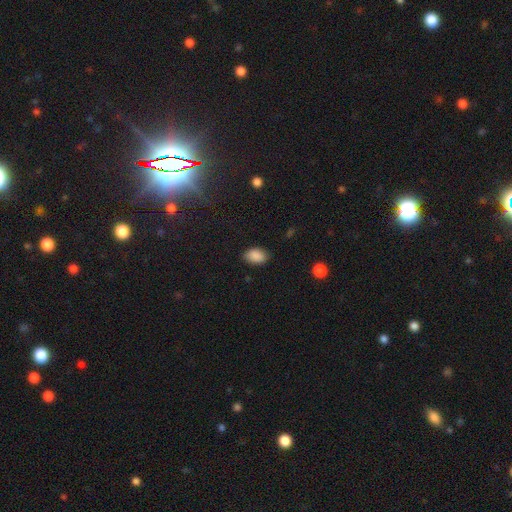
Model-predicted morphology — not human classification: Smooth or featured?
  - smooth: 89% *
  - star or artifact: 8%
  - featured or disk: 3%
How rounded?
  - in between: 89% *
  - round: 10%
  - cigar-shaped: 1%
Merging?
  - none: 85% *
  - minor disturbance: 11%
  - major disturbance: 3%
  - merger: 1%